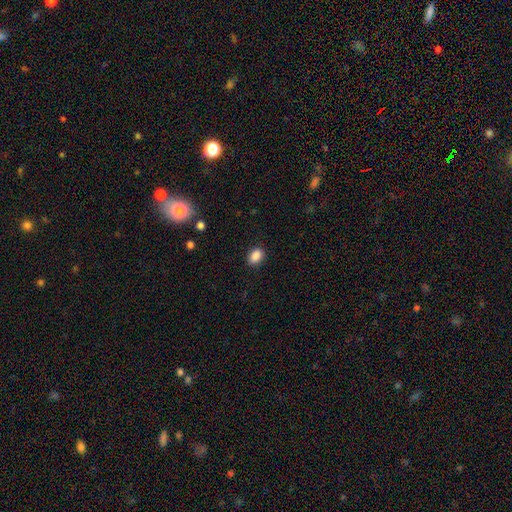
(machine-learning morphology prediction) smooth_or_featured: smooth (p=0.88) [alt: star or artifact p=0.09]
how_rounded: in between (p=0.72) [alt: round p=0.27]
merging: none (p=0.88) [alt: minor disturbance p=0.09]